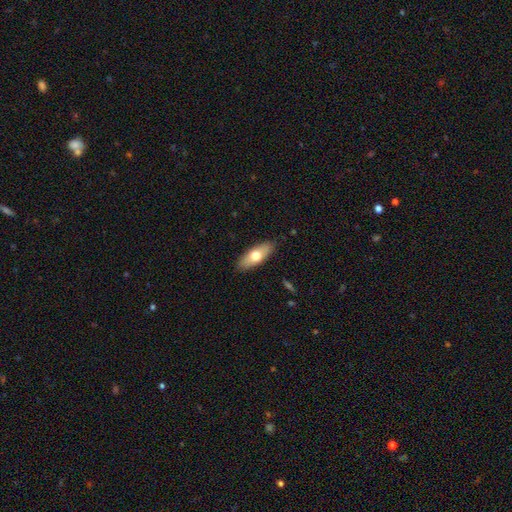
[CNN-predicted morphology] The model was most divided on "smooth or featured": smooth: 66%, featured or disk: 28%, star or artifact: 6%. More confident: merging — none (88%); how rounded — in between (77%).